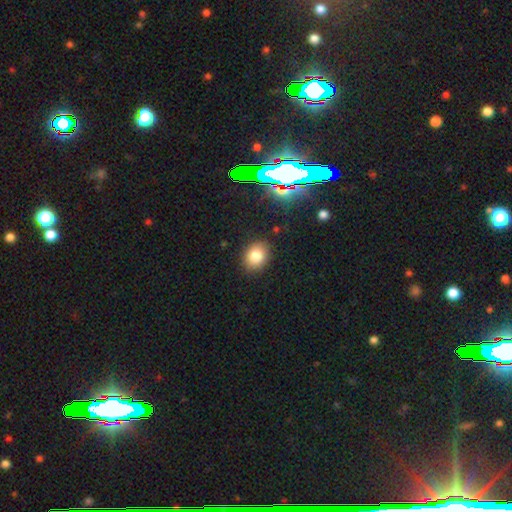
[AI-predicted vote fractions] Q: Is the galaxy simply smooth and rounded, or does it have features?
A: smooth — 79%.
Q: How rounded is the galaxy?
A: round — 52%.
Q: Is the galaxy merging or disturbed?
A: none — 88%.